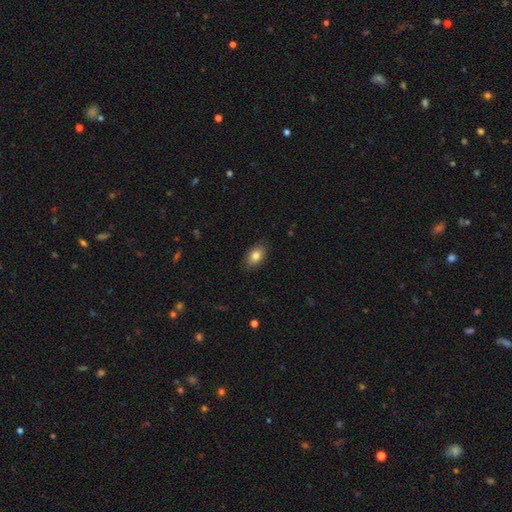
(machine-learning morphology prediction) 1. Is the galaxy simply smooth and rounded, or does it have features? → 83% smooth, 9% featured or disk, 8% star or artifact.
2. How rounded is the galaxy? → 88% in between, 11% round, 2% cigar-shaped.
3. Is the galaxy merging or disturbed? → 86% none, 10% minor disturbance, 2% major disturbance, 1% merger.